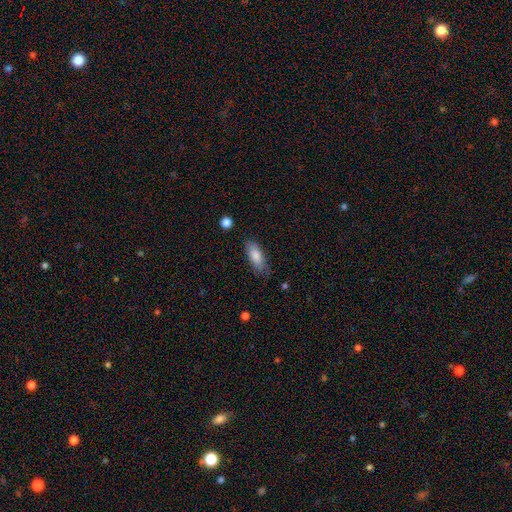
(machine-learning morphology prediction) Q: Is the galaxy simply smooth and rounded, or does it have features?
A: smooth — 83%.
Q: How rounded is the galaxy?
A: in between — 71%.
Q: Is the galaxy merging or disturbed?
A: none — 76%.